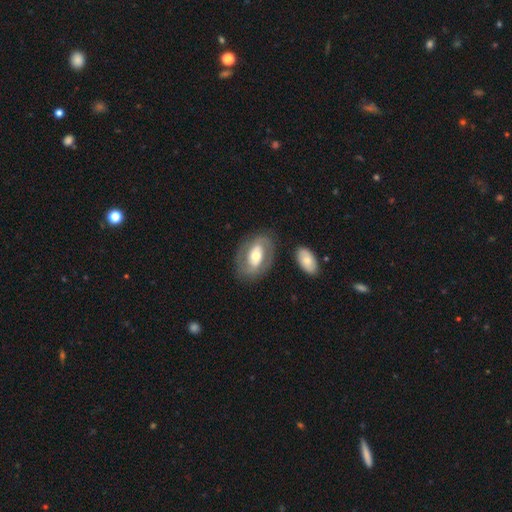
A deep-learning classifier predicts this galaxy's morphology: This appears to be a featured or disk galaxy (65%) with no bar (42%), spiral arms (63%) and a moderate central bulge (67%). Merging: none (77%).